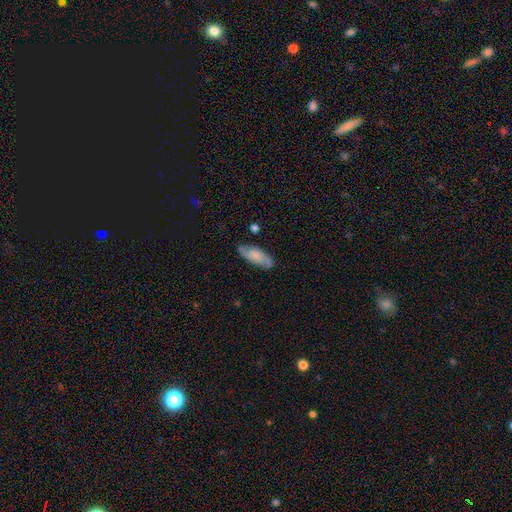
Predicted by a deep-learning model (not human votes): This is possibly a smooth galaxy (55%). How rounded: likely in between (72%). Merging: likely none (74%).